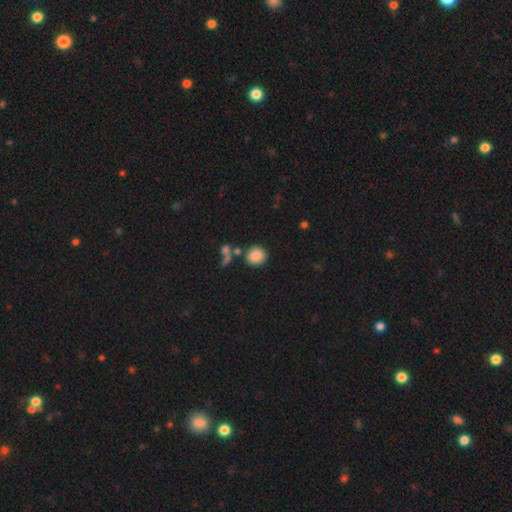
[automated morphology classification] type=smooth (86%); roundness=round (84%); merging=none (76%).